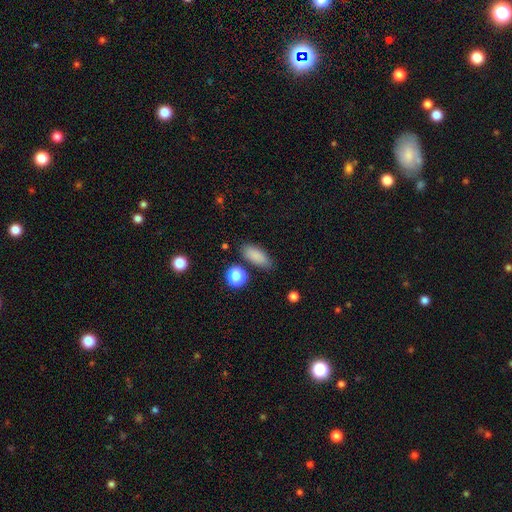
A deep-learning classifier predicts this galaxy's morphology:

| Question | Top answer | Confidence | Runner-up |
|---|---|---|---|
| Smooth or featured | smooth | 84% | star or artifact (10%) |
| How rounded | in between | 75% | cigar-shaped (19%) |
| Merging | none | 80% | minor disturbance (12%) |